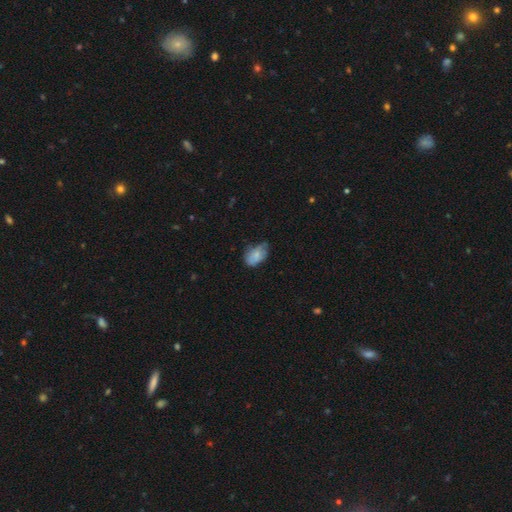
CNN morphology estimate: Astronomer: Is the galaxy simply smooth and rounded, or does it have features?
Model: smooth — 73%.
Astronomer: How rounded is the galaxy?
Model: in between — 87%.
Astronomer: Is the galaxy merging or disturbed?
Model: none — 45% (runner-up: minor disturbance, 40%).